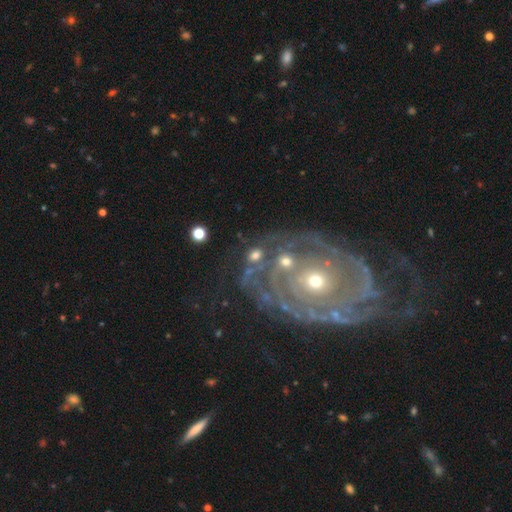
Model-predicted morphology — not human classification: Smooth or featured? Predicted: featured or disk (p=0.81). Edge-on disk? Predicted: no (p=0.97). Bar? Predicted: no (p=0.85). Spiral arms? Predicted: yes (p=0.86). Spiral winding? Predicted: tight (p=0.74). Spiral arm count? Predicted: can't tell (p=0.34). Bulge size? Predicted: small (p=0.60). Merging? Predicted: none (p=0.62).